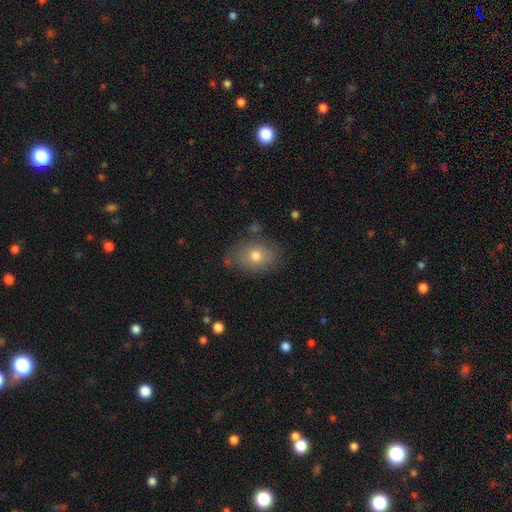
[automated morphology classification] Smooth or featured: smooth — 71% (featured or disk — 19%)
How rounded: in between — 69% (round — 29%)
Merging: none — 75% (minor disturbance — 18%)